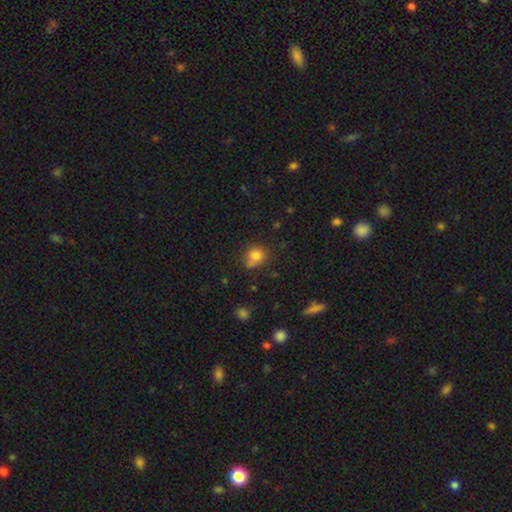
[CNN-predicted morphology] A smooth galaxy with no disk features (79%) that is round (76%). Merging: none (54%).